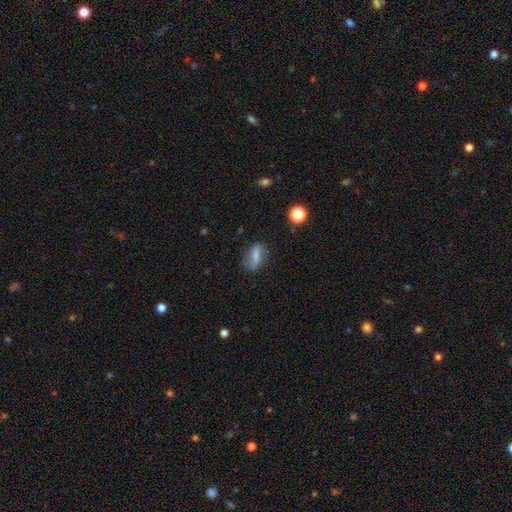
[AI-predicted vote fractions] This appears to be a smooth galaxy with no disk features (62%) that is in between round and cigar-shaped (74%). Merging: none (74%).